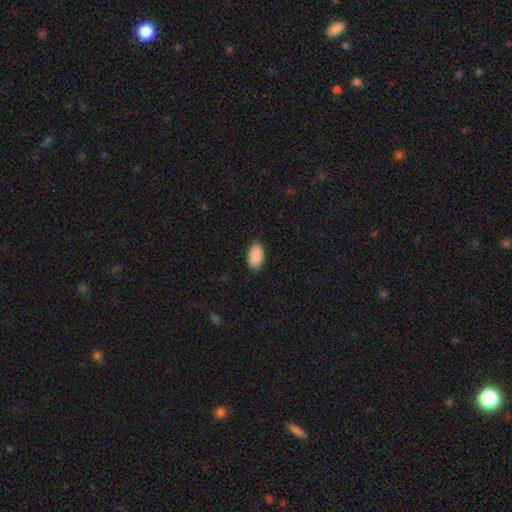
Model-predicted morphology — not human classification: Q: Smooth or featured?
A: smooth (91%); runner-up: star or artifact (6%)
Q: How rounded?
A: in between (95%); runner-up: round (3%)
Q: Merging?
A: none (85%); runner-up: minor disturbance (12%)